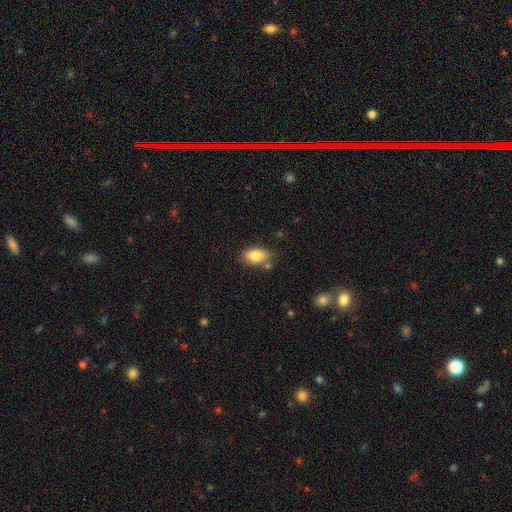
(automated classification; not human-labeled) Overall: smooth (86%). How rounded: in between (92%). Merging: none (75%).